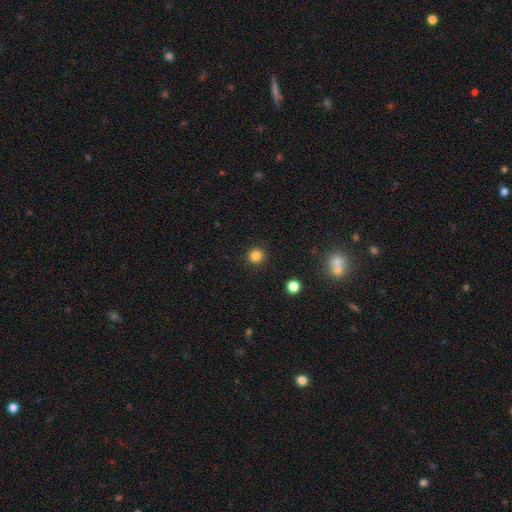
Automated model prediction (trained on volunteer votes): Overall: smooth (83%). How rounded: round (94%). Merging: none (92%).